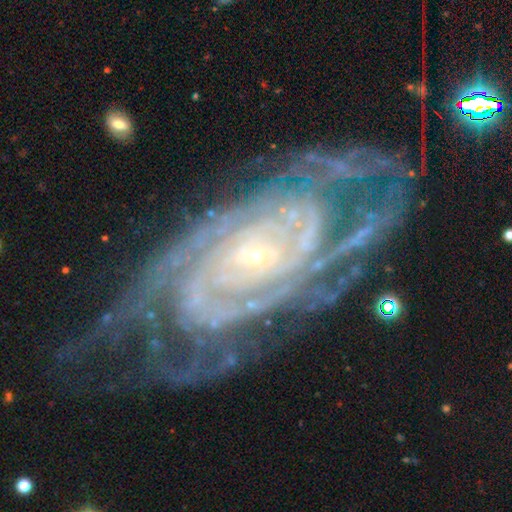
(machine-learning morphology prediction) Smooth or featured? featured or disk (91%)
Edge-on disk? no (95%)
Bar? no (67%)
Spiral arms? yes (98%)
Spiral winding? tight (78%)
Spiral arm count? can't tell (23%)
Bulge size? small (85%)
Merging? none (65%)